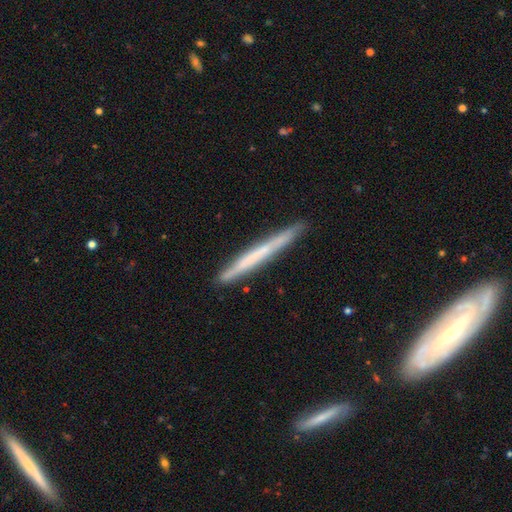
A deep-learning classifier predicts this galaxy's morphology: The model was most divided on "smooth or featured" (2-way tie): featured or disk: 47%, smooth: 47%, star or artifact: 6%. More confident: merging — none (88%).